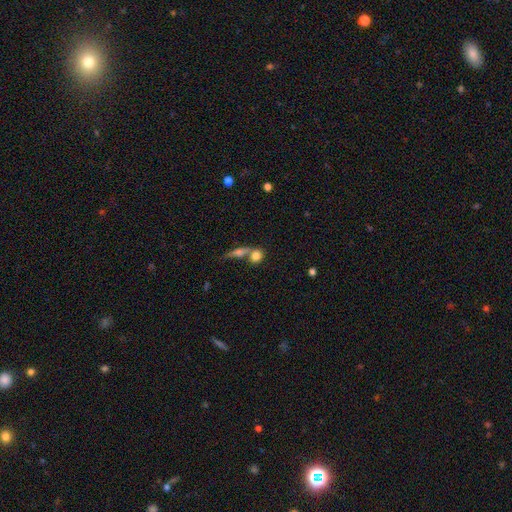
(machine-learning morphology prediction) Smooth or featured? smooth (78%)
How rounded? round (64%)
Merging? none (46%)